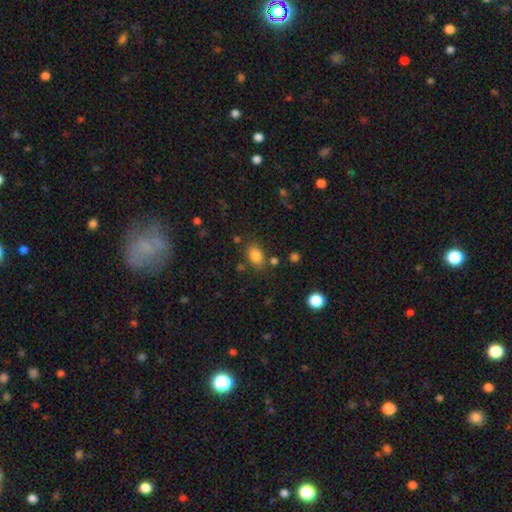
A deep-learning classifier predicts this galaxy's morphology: type=smooth (82%); roundness=in between (74%); merging=none (75%).